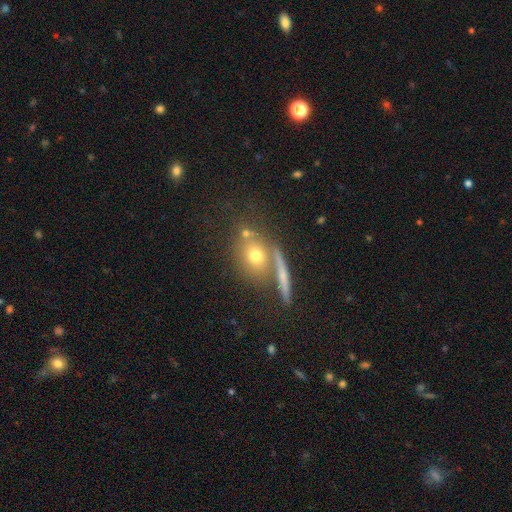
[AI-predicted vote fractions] This is likely a smooth galaxy (63%). How rounded: likely round (64%). Merging: likely none (64%).